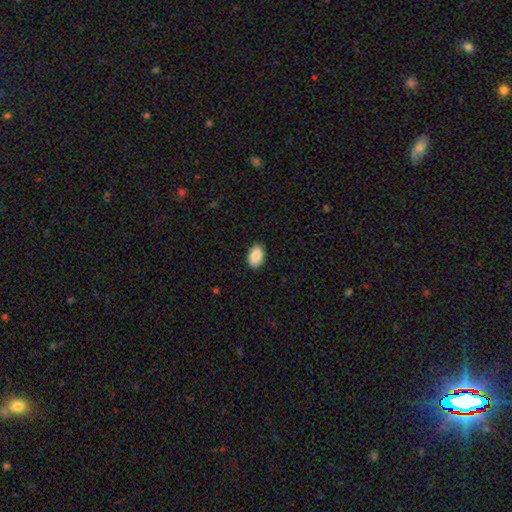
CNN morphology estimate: This appears to be a smooth galaxy with no disk features (89%) that is in between round and cigar-shaped (91%). Merging: none (89%).